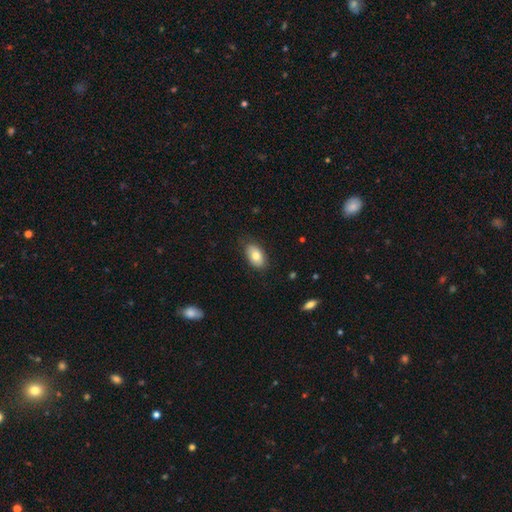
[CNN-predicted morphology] This is likely a smooth galaxy (79%). How rounded: clearly in between (92%). Merging: likely none (79%).